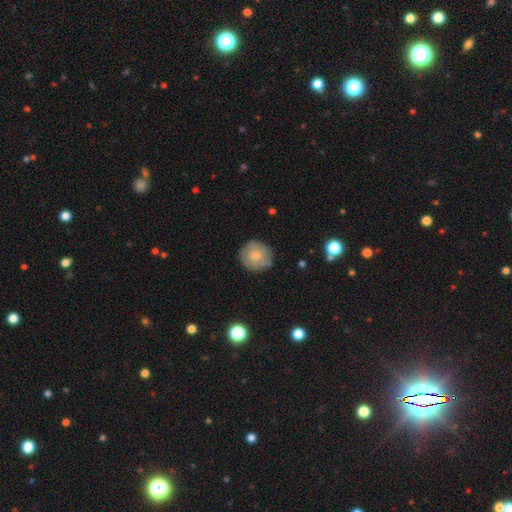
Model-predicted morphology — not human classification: This appears to be a smooth galaxy with no disk features (68%) that is round (92%). Merging: none (80%).